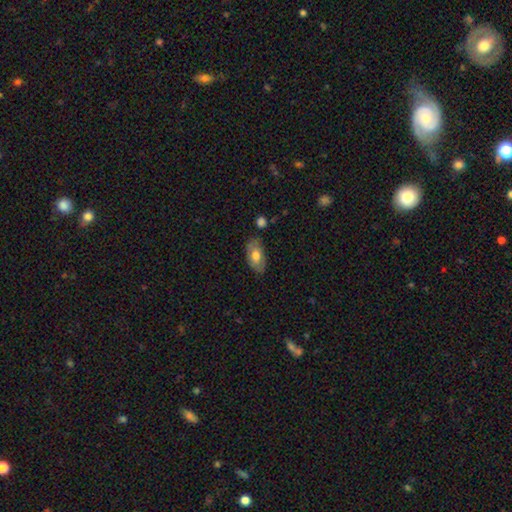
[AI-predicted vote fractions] Smooth or featured? Predicted: smooth (p=0.67). How rounded? Predicted: in between (p=0.92). Merging? Predicted: none (p=0.76).